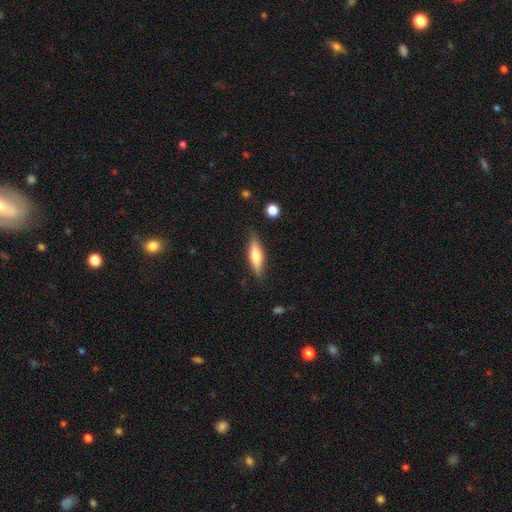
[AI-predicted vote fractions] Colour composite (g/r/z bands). It shows a smooth galaxy with no disk features (54%) that is cigar-shaped (61%). Merging: none (84%).